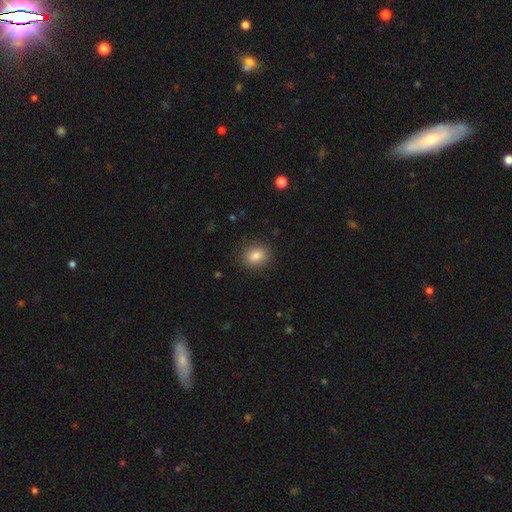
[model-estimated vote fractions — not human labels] Q: Smooth or featured?
A: smooth (85%); runner-up: star or artifact (10%)
Q: How rounded?
A: round (60%); runner-up: in between (39%)
Q: Merging?
A: none (88%); runner-up: minor disturbance (9%)